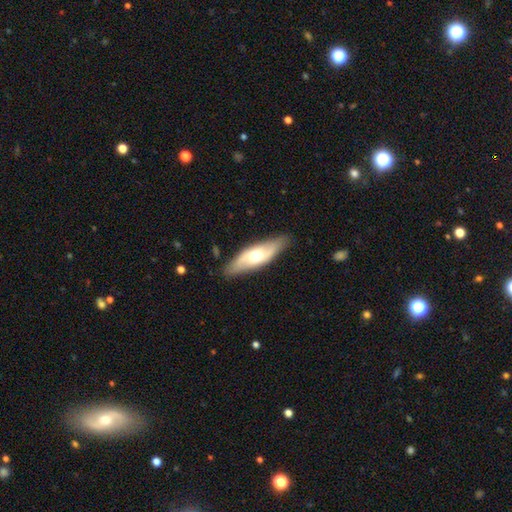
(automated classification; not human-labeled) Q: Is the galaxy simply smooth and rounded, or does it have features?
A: featured or disk — 49%.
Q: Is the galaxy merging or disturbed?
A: none — 84%.